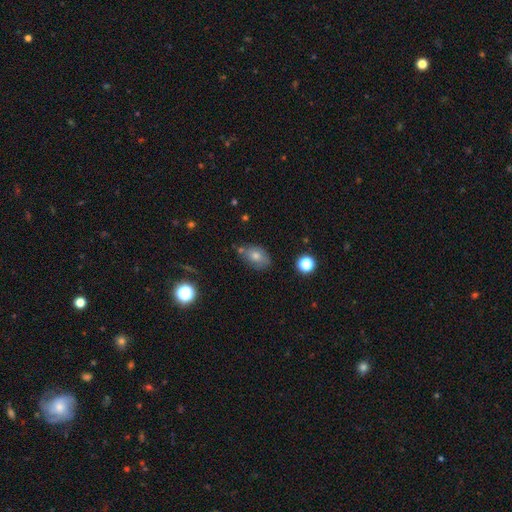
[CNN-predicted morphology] smooth-or-featured: smooth: 67% | featured or disk: 17% | star or artifact: 16%
  how-rounded: in between: 77% | round: 21% | cigar-shaped: 2%
  merging: none: 67% | minor disturbance: 21% | merger: 7% | major disturbance: 5%